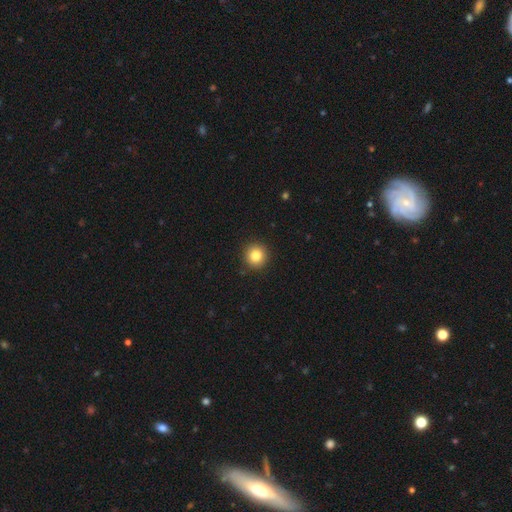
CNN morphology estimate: A smooth galaxy with no disk features (85%) that is round (94%).

Vote fractions:
- Smooth or featured? smooth: 85% / star or artifact: 10% / featured or disk: 5%
- How rounded? round: 94% / in between: 5% / cigar-shaped: 1%
- Merging? none: 91% / minor disturbance: 6% / major disturbance: 2% / merger: 1%